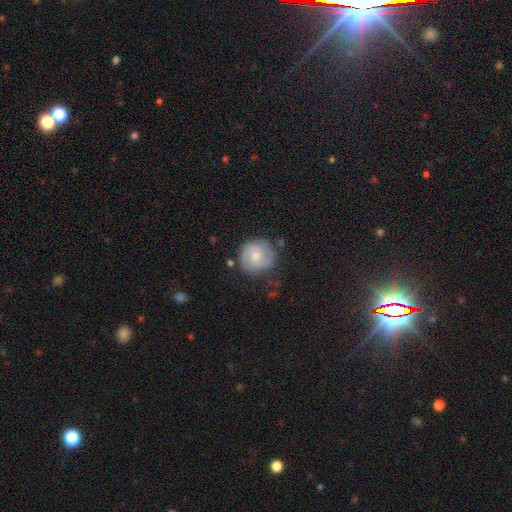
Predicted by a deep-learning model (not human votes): Smooth or featured? featured or disk (54%)
Edge-on disk? no (97%)
Bar? no (58%)
Spiral arms? yes (81%)
Bulge size? moderate (53%)
Merging? none (72%)